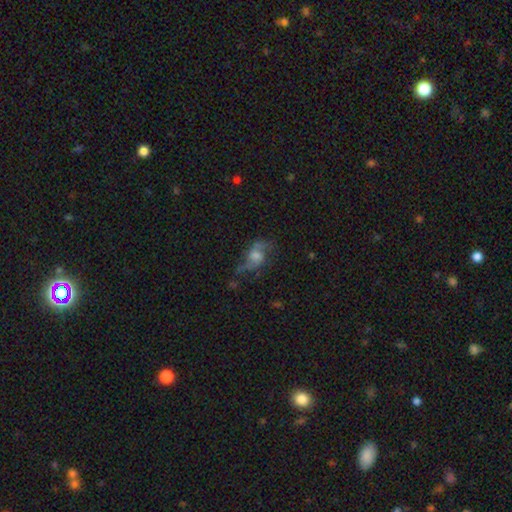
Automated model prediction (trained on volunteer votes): The model was most divided on "bulge size": moderate: 46%, small: 27%, large: 17%, none: 9%, dominant: 3%. More confident: edge-on disk — no (94%); spiral arms — yes (86%); spiral arm count — 2 (85%); spiral winding — loose (68%); smooth or featured — featured or disk (65%); bar — no (62%); merging — none (51%).